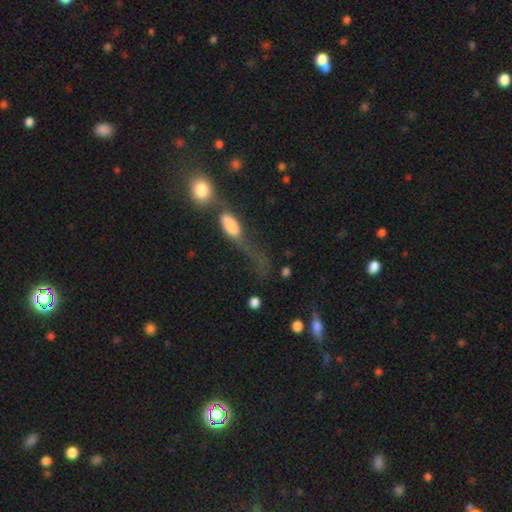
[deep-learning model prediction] Smooth or featured?
  - smooth: 41% *
  - featured or disk: 31%
  - star or artifact: 28%
Merging?
  - merger: 36% *
  - none: 27%
  - major disturbance: 24%
  - minor disturbance: 13%